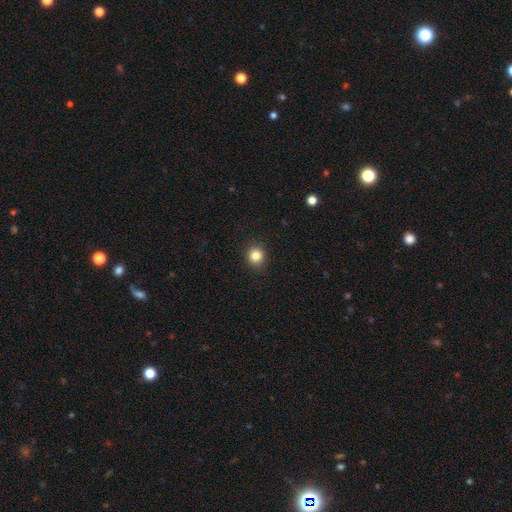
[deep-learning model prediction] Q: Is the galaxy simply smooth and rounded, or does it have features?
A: smooth — 84%.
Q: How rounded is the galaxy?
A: round — 86%.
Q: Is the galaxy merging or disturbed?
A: none — 90%.